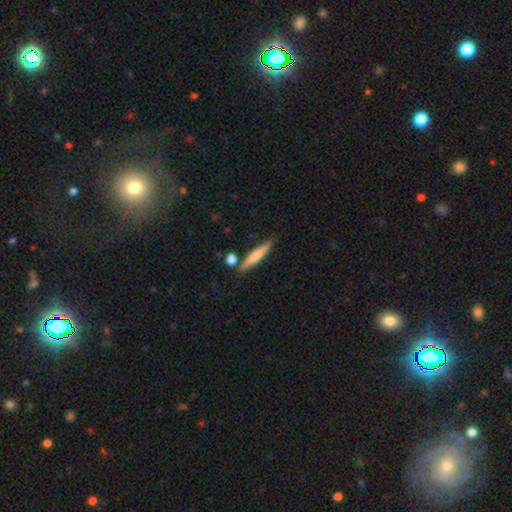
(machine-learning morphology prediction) This is likely a smooth galaxy (62%). How rounded: clearly cigar-shaped (89%). Merging: likely none (79%).